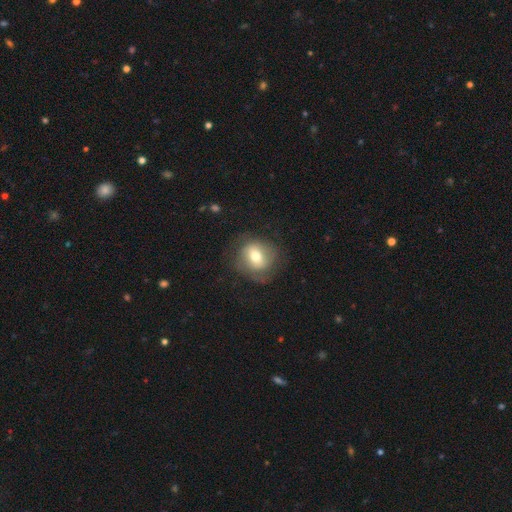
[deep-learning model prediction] Smooth or featured? smooth (58%)
How rounded? round (73%)
Merging? none (67%)